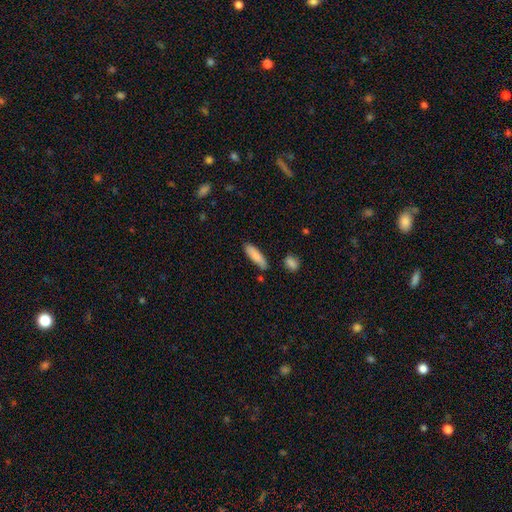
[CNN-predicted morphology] smooth-or-featured: smooth: 85% | featured or disk: 9% | star or artifact: 6%
  how-rounded: cigar-shaped: 60% | in between: 38% | round: 2%
  merging: none: 79% | minor disturbance: 14% | merger: 4% | major disturbance: 3%